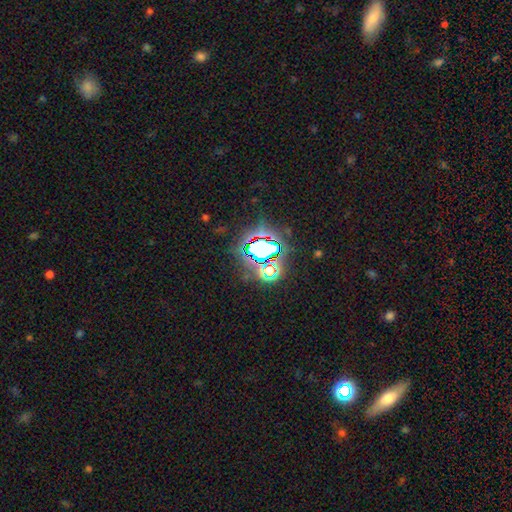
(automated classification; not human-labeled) Q: Smooth or featured?
A: star or artifact (79%); runner-up: smooth (13%)